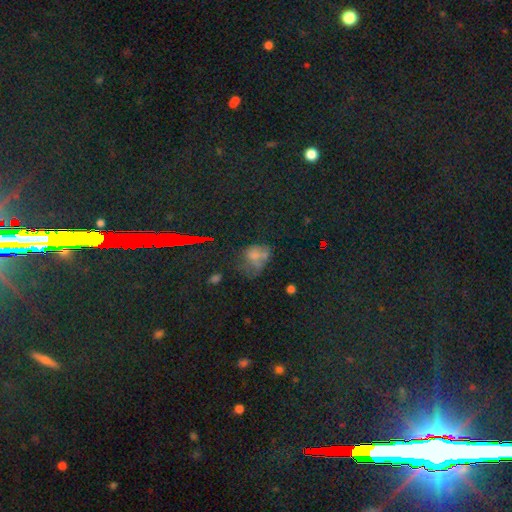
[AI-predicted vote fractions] Smooth or featured? smooth (51%)
How rounded? in between (59%)
Merging? none (32%)